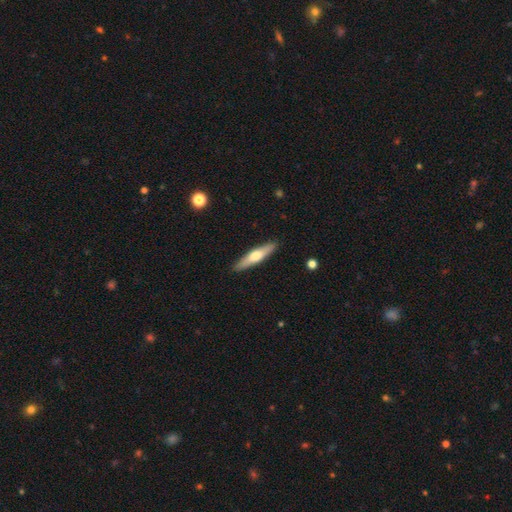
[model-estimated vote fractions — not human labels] smooth_or_featured: smooth (p=0.48) [alt: featured or disk p=0.47]
merging: none (p=0.90) [alt: minor disturbance p=0.07]